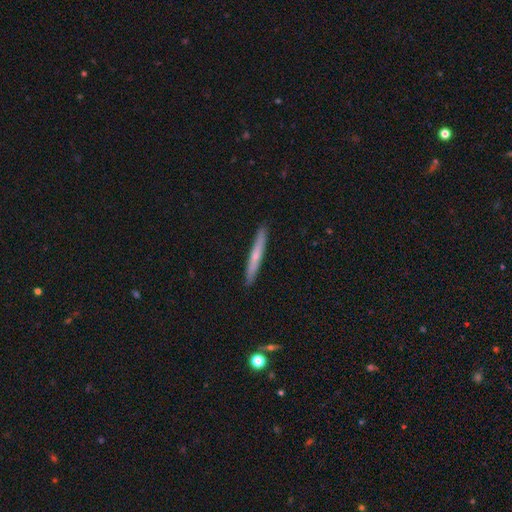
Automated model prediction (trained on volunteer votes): Morphology: type=smooth (53%); roundness=cigar-shaped (96%); merging=none (91%).